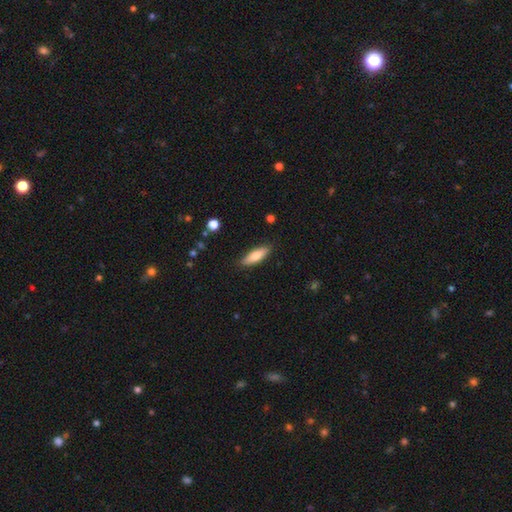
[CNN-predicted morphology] smooth_or_featured: smooth (p=0.75) [alt: featured or disk p=0.19]
how_rounded: cigar-shaped (p=0.49) [tied with: in between p=0.49]
merging: none (p=0.87) [alt: minor disturbance p=0.10]